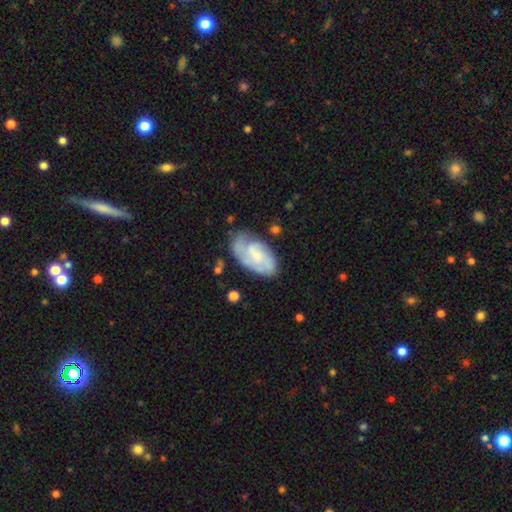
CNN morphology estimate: Smooth or featured: featured or disk — 66% (smooth — 28%)
Edge-on disk: no — 96% (yes — 4%)
Bar: no — 58% (weak — 36%)
Spiral arms: yes — 88% (no — 12%)
Spiral winding: tight — 46% (medium — 39%)
Spiral arm count: 2 — 41% (can't tell — 30%)
Bulge size: small — 58% (moderate — 22%)
Merging: none — 61% (minor disturbance — 26%)